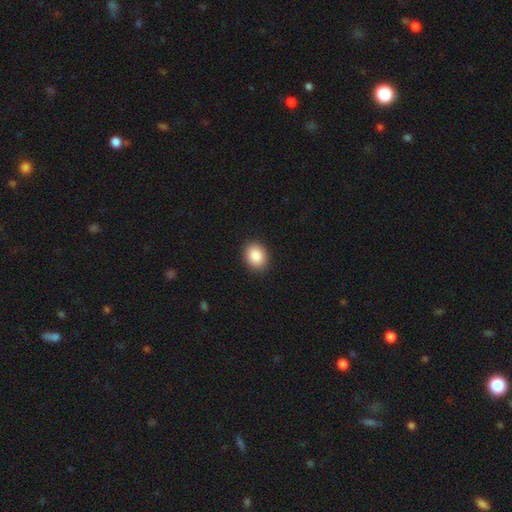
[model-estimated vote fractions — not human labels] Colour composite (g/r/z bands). It shows a smooth galaxy with no disk features (89%) that is in between round and cigar-shaped (57%). Merging: none (90%).